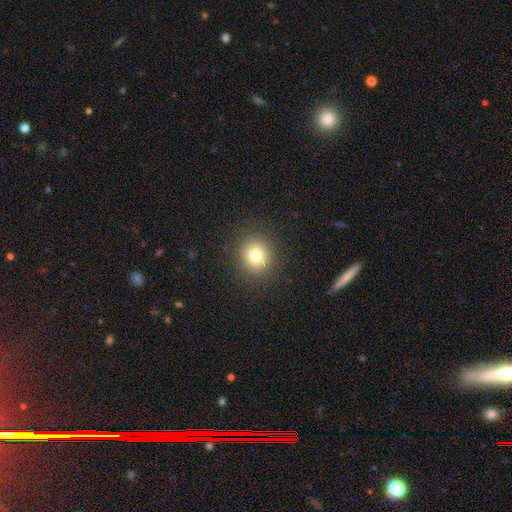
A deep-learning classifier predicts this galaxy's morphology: Overall: smooth (79%). How rounded: round (88%). Merging: none (90%).